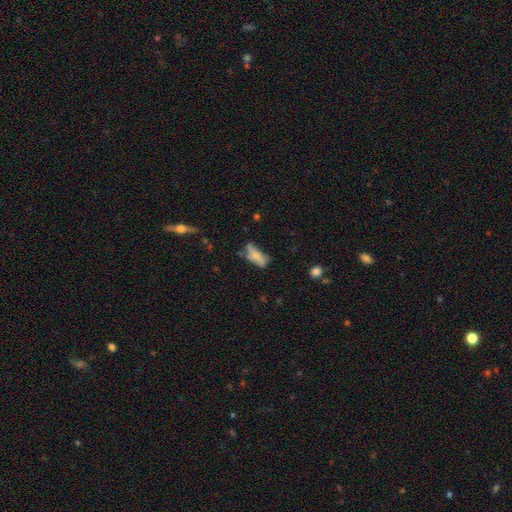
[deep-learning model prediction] A smooth galaxy with no disk features (68%) that is in between round and cigar-shaped (74%). Merging: none (41%).